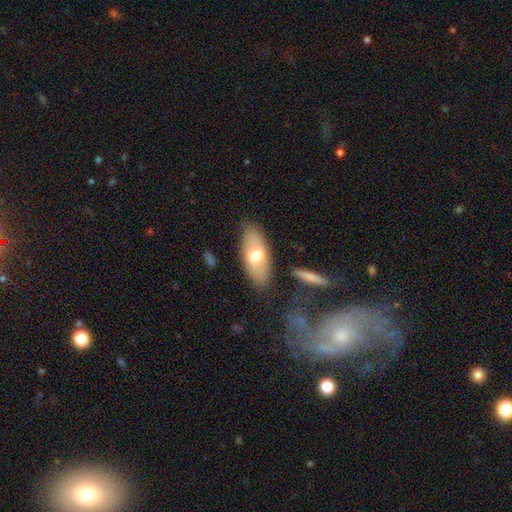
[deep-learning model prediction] The model was most divided on "smooth or featured": smooth: 63%, featured or disk: 31%, star or artifact: 6%. More confident: how rounded — in between (85%); merging — none (81%).